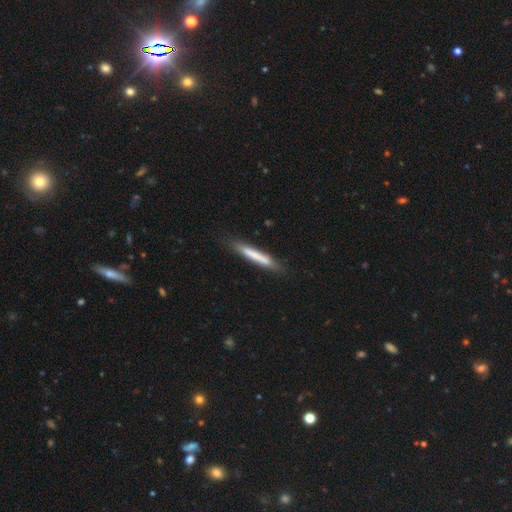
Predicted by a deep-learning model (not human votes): smooth 70%, featured or disk 24%, star or artifact 6%. Down the decision tree: how rounded — cigar-shaped (95%); merging — none (83%).